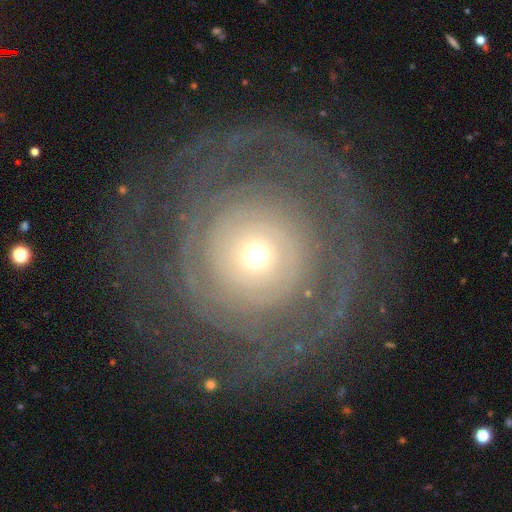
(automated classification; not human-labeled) Smooth or featured? featured or disk (79%)
Edge-on disk? no (97%)
Bar? no (86%)
Spiral arms? yes (84%)
Spiral winding? tight (75%)
Spiral arm count? can't tell (38%)
Bulge size? small (54%)
Merging? none (71%)